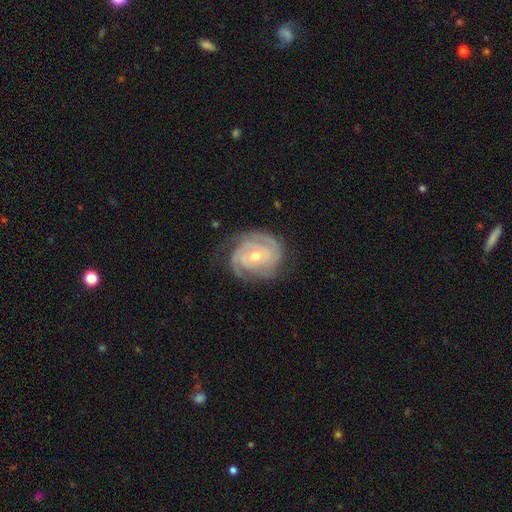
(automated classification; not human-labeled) smooth_or_featured: featured or disk (p=0.89) [alt: smooth p=0.06]
disk_edge_on: no (p=0.98) [alt: yes p=0.02]
bar: no (p=0.66) [alt: weak p=0.26]
has_spiral_arms: yes (p=0.97) [alt: no p=0.03]
spiral_winding: tight (p=0.76) [alt: medium p=0.21]
spiral_arm_count: 3 (p=0.34) [alt: 2 p=0.28]
bulge_size: small (p=0.51) [alt: moderate p=0.47]
merging: none (p=0.75) [alt: minor disturbance p=0.17]